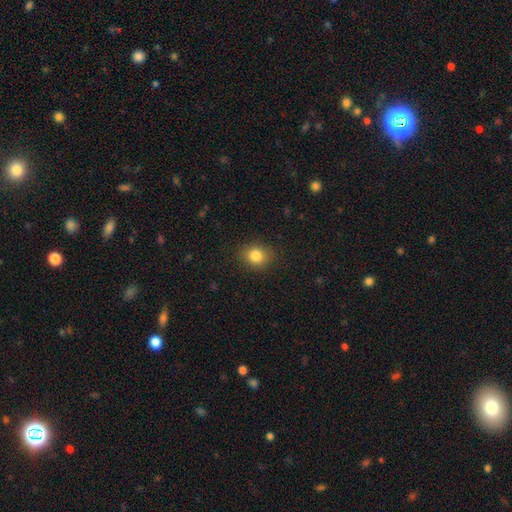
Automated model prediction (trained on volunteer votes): Smooth or featured?
  - smooth: 83% *
  - star or artifact: 11%
  - featured or disk: 6%
How rounded?
  - round: 62% *
  - in between: 37%
  - cigar-shaped: 1%
Merging?
  - none: 87% *
  - minor disturbance: 9%
  - major disturbance: 3%
  - merger: 1%